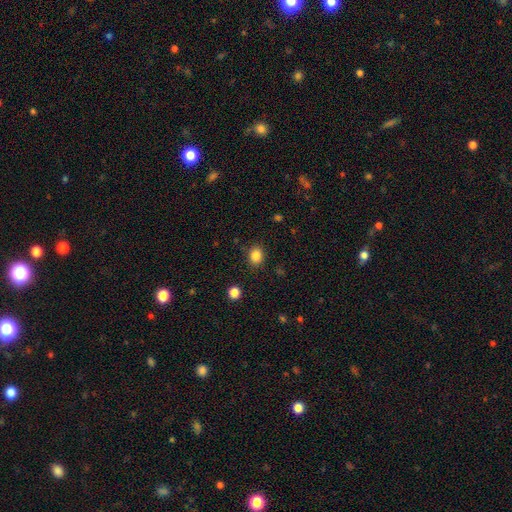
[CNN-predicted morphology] Smooth or featured?
  - smooth: 85% *
  - star or artifact: 11%
  - featured or disk: 4%
How rounded?
  - round: 55% *
  - in between: 44%
  - cigar-shaped: 1%
Merging?
  - none: 87% *
  - minor disturbance: 9%
  - major disturbance: 3%
  - merger: 2%